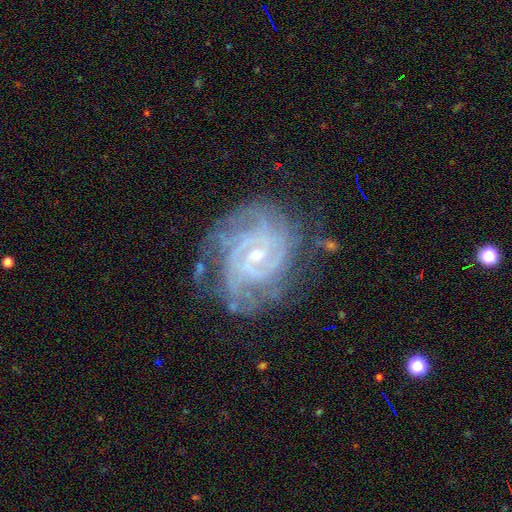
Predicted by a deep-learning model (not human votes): The model was most divided on "bar": no: 44%, weak: 43%, strong: 12%. Remaining: edge-on disk — no (97%); spiral arms — yes (97%); smooth or featured — featured or disk (88%); spiral winding — tight (73%); merging — none (69%); bulge size — small (68%); spiral arm count — can't tell (27%).